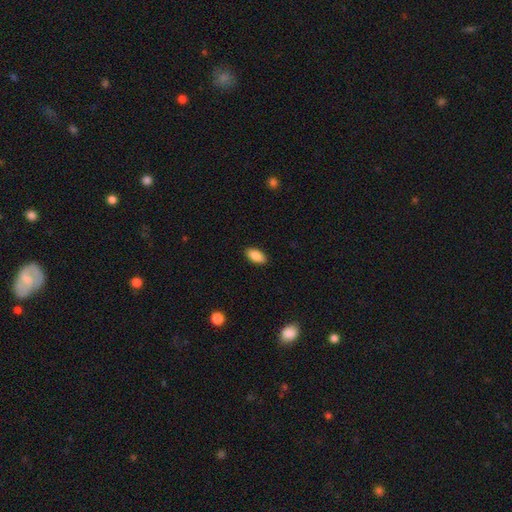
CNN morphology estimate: Q: Smooth or featured?
A: smooth (87%); runner-up: star or artifact (7%)
Q: How rounded?
A: in between (91%); runner-up: cigar-shaped (6%)
Q: Merging?
A: none (89%); runner-up: minor disturbance (8%)